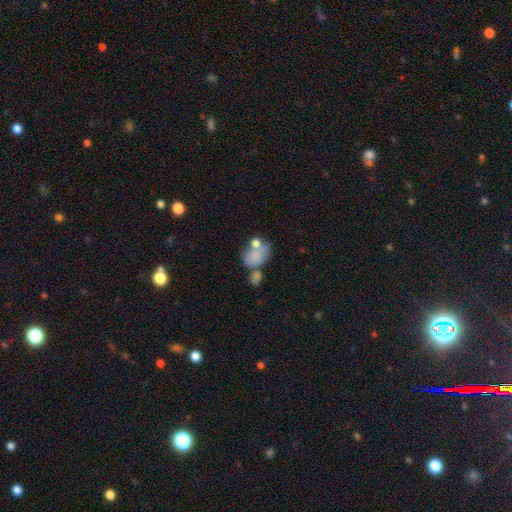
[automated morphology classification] The model was most divided on "merging": merger: 45%, none: 28%, minor disturbance: 15%, major disturbance: 12%. More confident: how rounded — in between (73%); smooth or featured — smooth (70%).